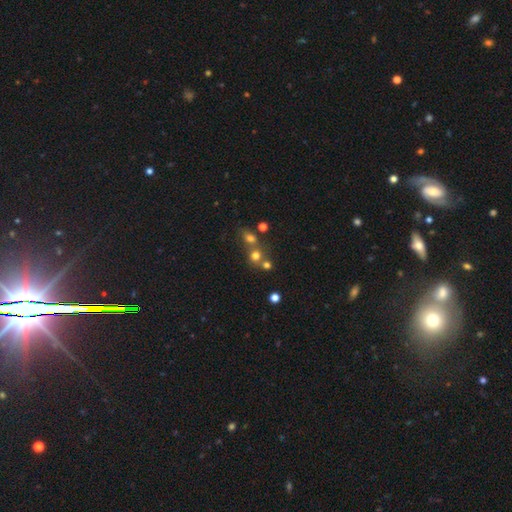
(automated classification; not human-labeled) The model was most divided on "merging": none: 47%, merger: 41%, minor disturbance: 7%, major disturbance: 4%. More confident: how rounded — round (82%); smooth or featured — smooth (66%).